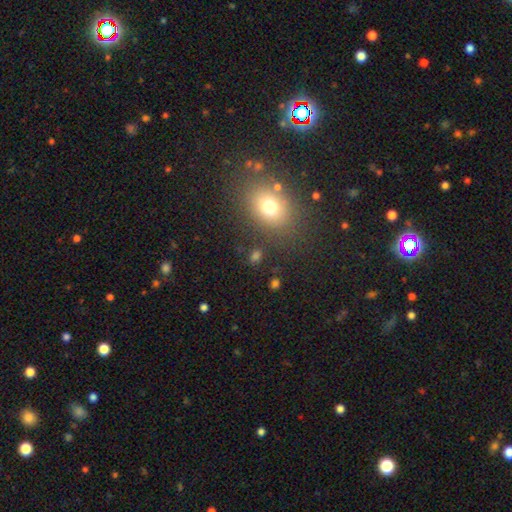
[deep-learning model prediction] smooth_or_featured: smooth (p=0.68) [alt: star or artifact p=0.23]
how_rounded: round (p=0.51) [alt: in between p=0.47]
merging: none (p=0.79) [alt: minor disturbance p=0.10]